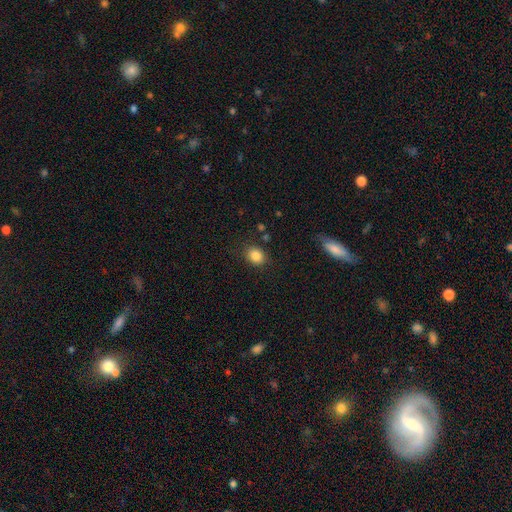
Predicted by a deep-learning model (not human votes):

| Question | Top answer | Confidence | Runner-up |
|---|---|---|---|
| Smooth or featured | smooth | 85% | star or artifact (10%) |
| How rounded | round | 62% | in between (37%) |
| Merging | none | 84% | minor disturbance (11%) |